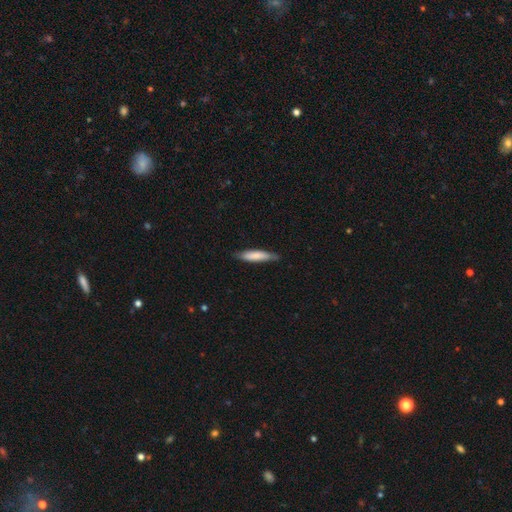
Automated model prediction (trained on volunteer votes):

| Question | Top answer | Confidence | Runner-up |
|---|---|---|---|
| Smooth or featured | smooth | 77% | featured or disk (18%) |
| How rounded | cigar-shaped | 82% | in between (16%) |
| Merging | none | 79% | minor disturbance (17%) |